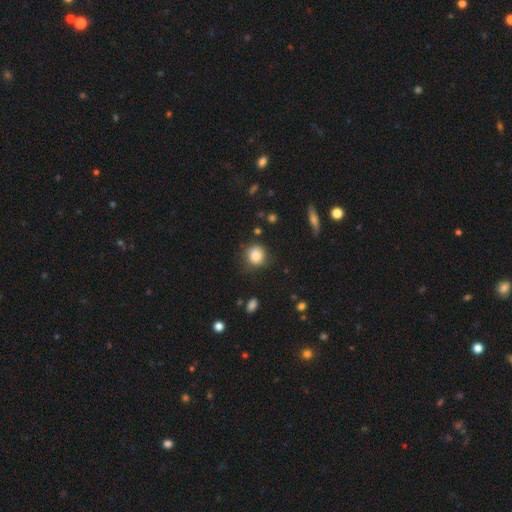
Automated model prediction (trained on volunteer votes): Smooth or featured: smooth — 83% (star or artifact — 10%)
How rounded: round — 86% (in between — 13%)
Merging: none — 75% (minor disturbance — 18%)